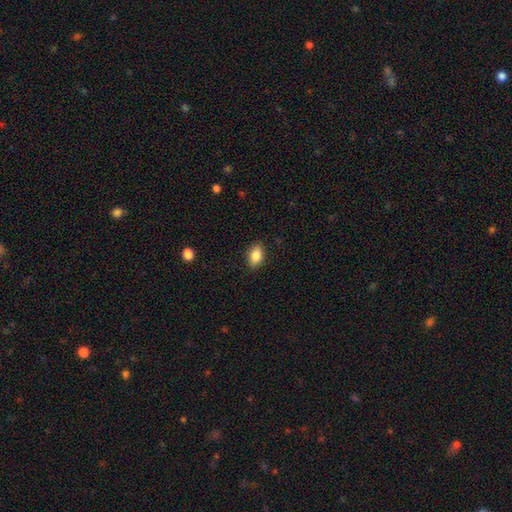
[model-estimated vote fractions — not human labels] Smooth or featured? smooth (85%)
How rounded? in between (87%)
Merging? none (87%)